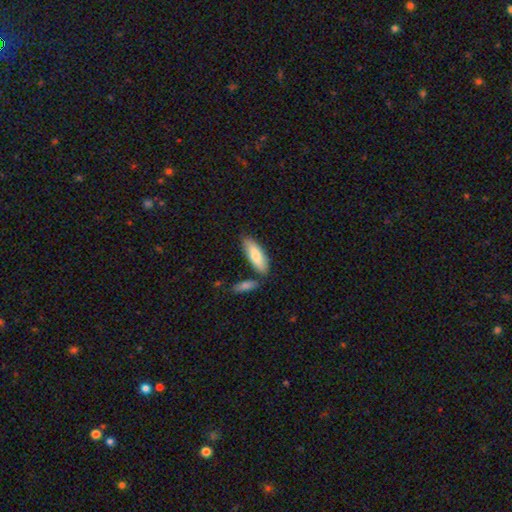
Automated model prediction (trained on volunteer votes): smooth_or_featured: smooth (p=0.79) [alt: featured or disk p=0.16]
how_rounded: in between (p=0.58) [alt: cigar-shaped p=0.40]
merging: none (p=0.73) [alt: minor disturbance p=0.13]